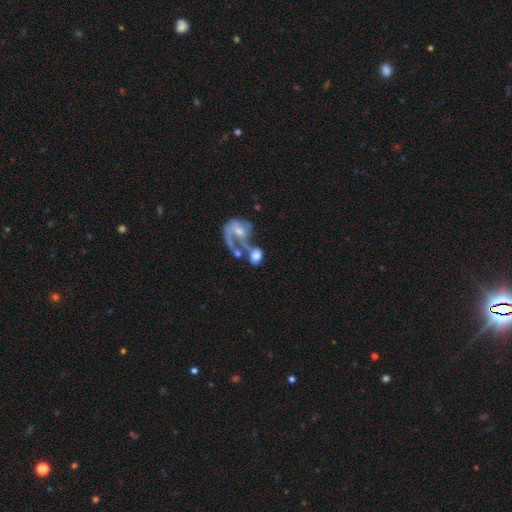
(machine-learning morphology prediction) Smooth or featured?
  - smooth: 51% *
  - featured or disk: 41%
  - star or artifact: 8%
How rounded?
  - in between: 50% *
  - round: 48%
  - cigar-shaped: 2%
Merging?
  - merger: 52% *
  - none: 20%
  - major disturbance: 19%
  - minor disturbance: 9%